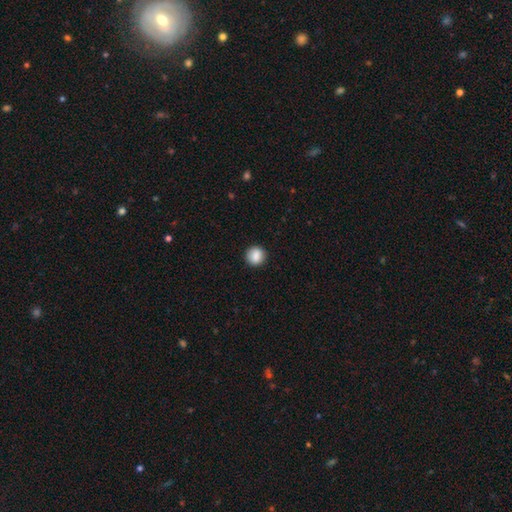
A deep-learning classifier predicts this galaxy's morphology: smooth 87%, star or artifact 8%, featured or disk 5%. Down the decision tree: how rounded — round (89%); merging — none (90%).